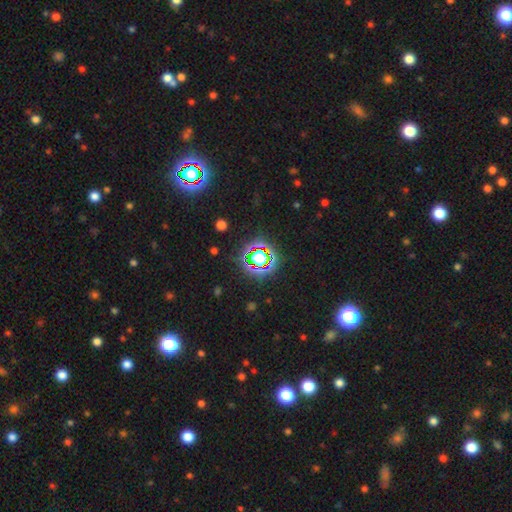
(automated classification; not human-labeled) Overall: star or artifact (73%).